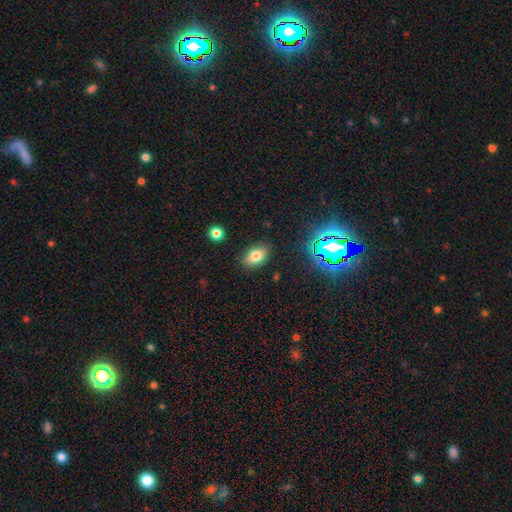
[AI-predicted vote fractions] Smooth or featured? smooth (77%)
How rounded? in between (88%)
Merging? none (86%)